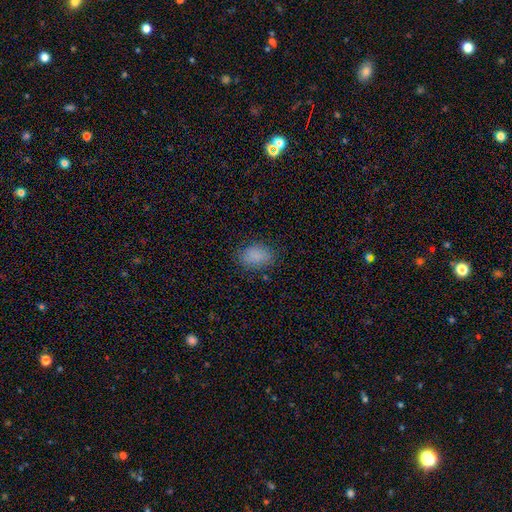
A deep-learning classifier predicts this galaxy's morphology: Q: Smooth or featured?
A: smooth (86%); runner-up: star or artifact (10%)
Q: How rounded?
A: in between (80%); runner-up: round (19%)
Q: Merging?
A: none (80%); runner-up: minor disturbance (15%)